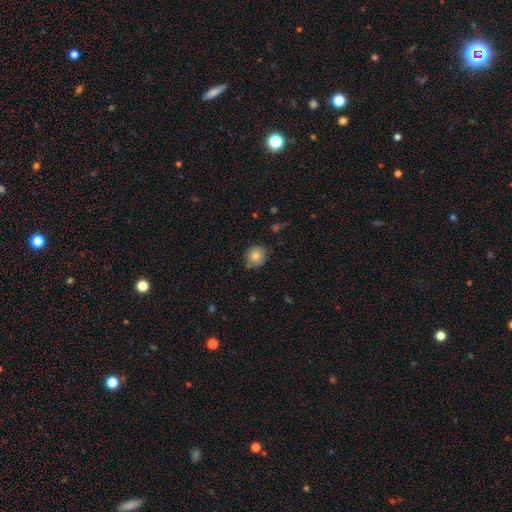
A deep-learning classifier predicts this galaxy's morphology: smooth-or-featured: smooth: 84% | star or artifact: 9% | featured or disk: 7%
  how-rounded: round: 83% | in between: 16% | cigar-shaped: 1%
  merging: none: 76% | minor disturbance: 19% | major disturbance: 3% | merger: 2%